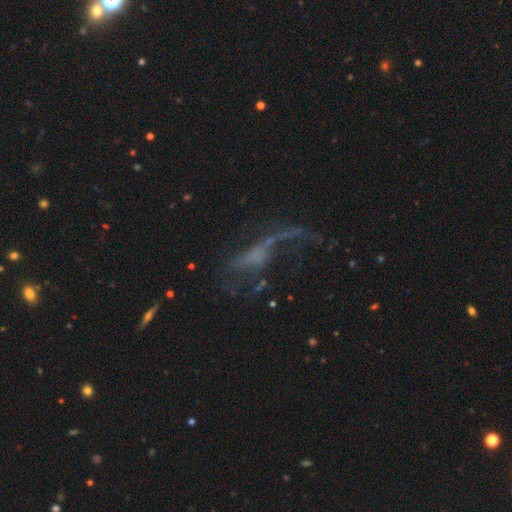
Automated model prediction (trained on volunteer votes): Smooth or featured: featured or disk — 62% (star or artifact — 20%)
Edge-on disk: no — 85% (yes — 15%)
Bar: no — 70% (weak — 21%)
Spiral arms: yes — 50% (tied with no — 50%)
Bulge size: none — 63% (small — 21%)
Merging: major disturbance — 49% (none — 29%)